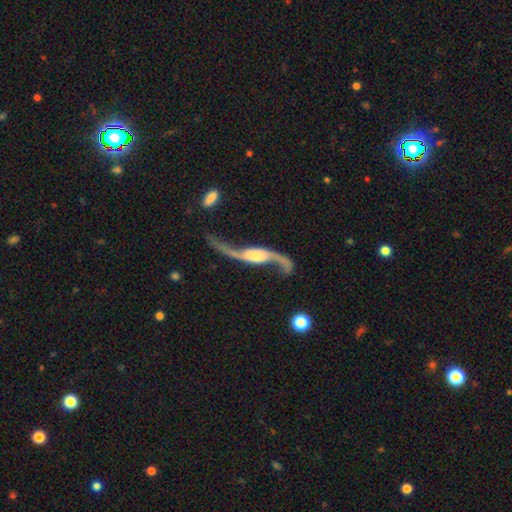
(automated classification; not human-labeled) Overall: featured or disk (89%). Edge-on disk: no (86%). Bar: no (45%; weak 33%). Spiral arms: yes (96%). Spiral arm count: 2 (93%). Spiral winding: loose (95%). Bulge size: small (36%; moderate 27%). Merging: none (57%; major disturbance 19%).